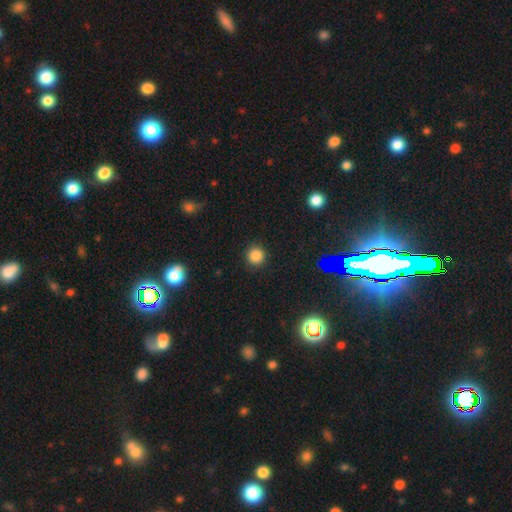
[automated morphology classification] A smooth galaxy with no disk features (83%) that is round (95%). Merging: none (91%).